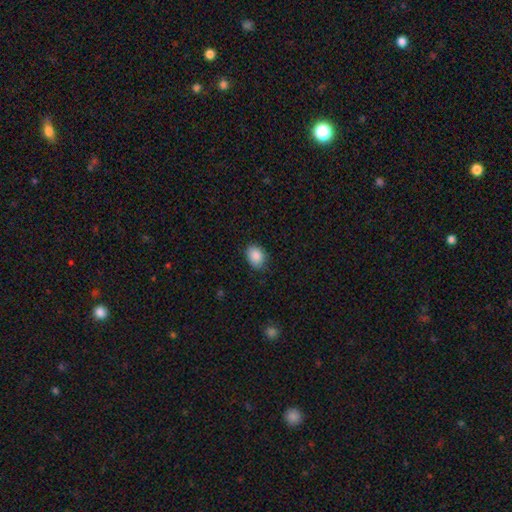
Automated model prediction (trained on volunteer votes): Smooth or featured: smooth — 88% (star or artifact — 8%)
How rounded: in between — 66% (round — 33%)
Merging: none — 82% (minor disturbance — 14%)